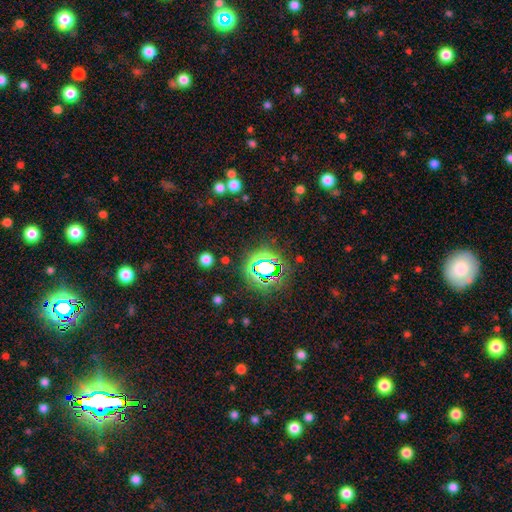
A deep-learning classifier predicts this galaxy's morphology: A star or artifact, not a galaxy (78%).

Vote fractions:
- Smooth or featured? star or artifact: 78% / smooth: 14% / featured or disk: 7%